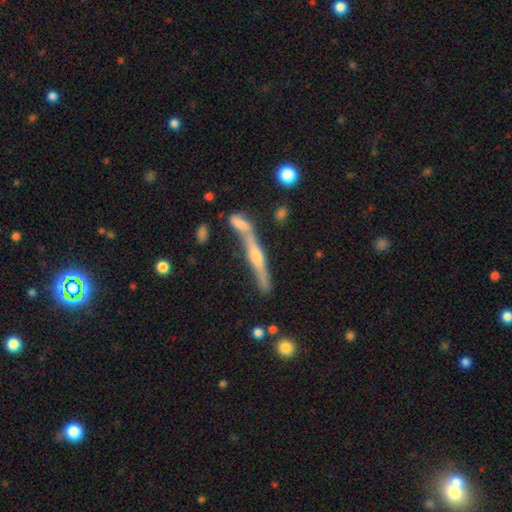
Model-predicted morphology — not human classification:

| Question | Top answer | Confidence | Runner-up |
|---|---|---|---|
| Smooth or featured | featured or disk | 69% | smooth (25%) |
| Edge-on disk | yes | 95% | no (5%) |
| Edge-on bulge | rounded | 81% | none (11%) |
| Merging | none | 63% | merger (21%) |